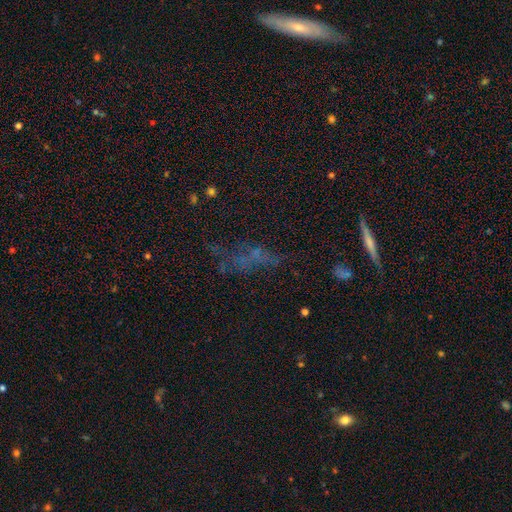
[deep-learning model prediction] Smooth or featured?
  - featured or disk: 34% *
  - smooth: 33%
  - star or artifact: 33%
Merging?
  - none: 51% *
  - major disturbance: 22%
  - minor disturbance: 20%
  - merger: 7%